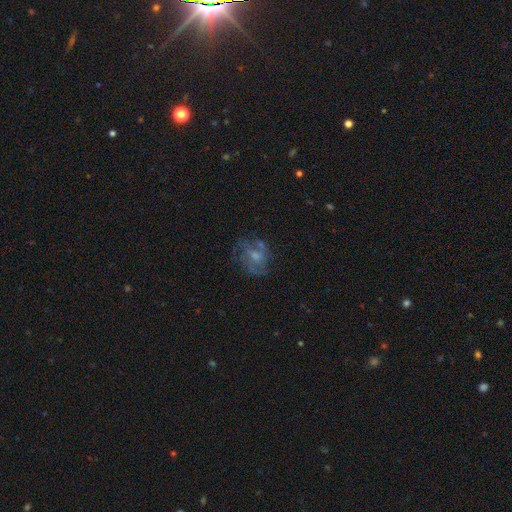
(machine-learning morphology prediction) A featured or disk galaxy (61%) with no bar (63%), spiral arms (68%) and a moderate central bulge (42%). Merging: none (57%).